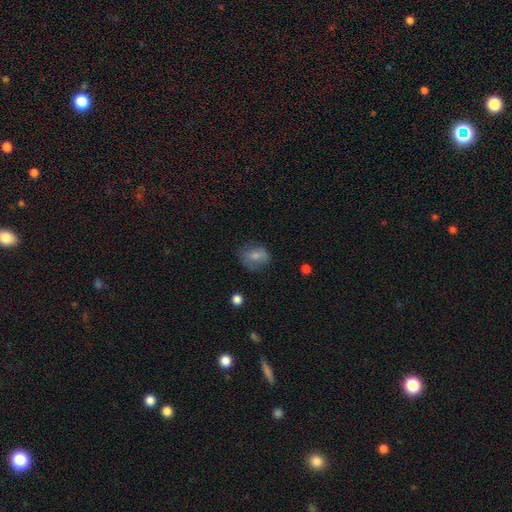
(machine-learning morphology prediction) A smooth galaxy with no disk features (70%) that is round (51%). Merging: none (63%).